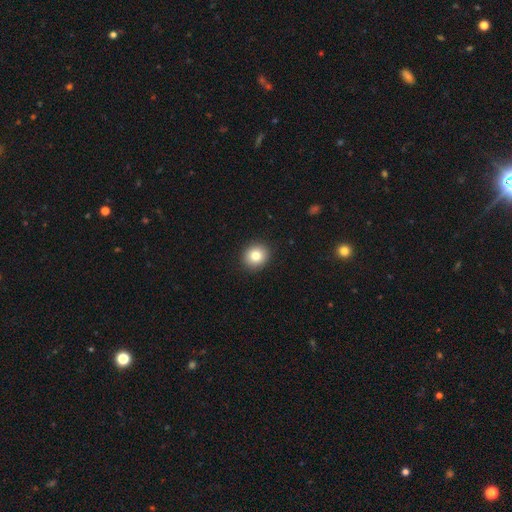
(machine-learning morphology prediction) This appears to be a smooth galaxy with no disk features (82%) that is round (81%). Merging: none (92%).